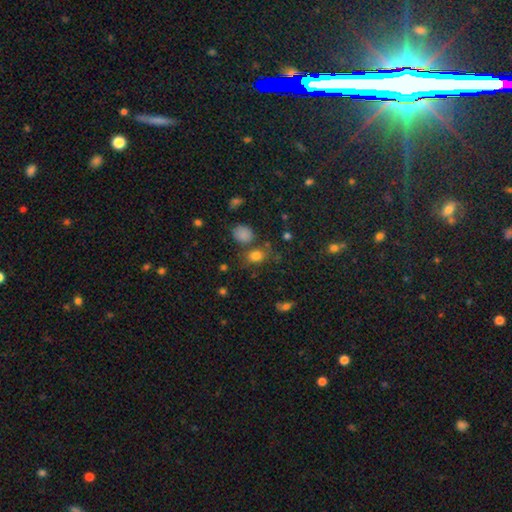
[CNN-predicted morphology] The model was most divided on "how rounded": round: 53%, in between: 45%, cigar-shaped: 2%. More confident: smooth or featured — smooth (79%); merging — none (68%).